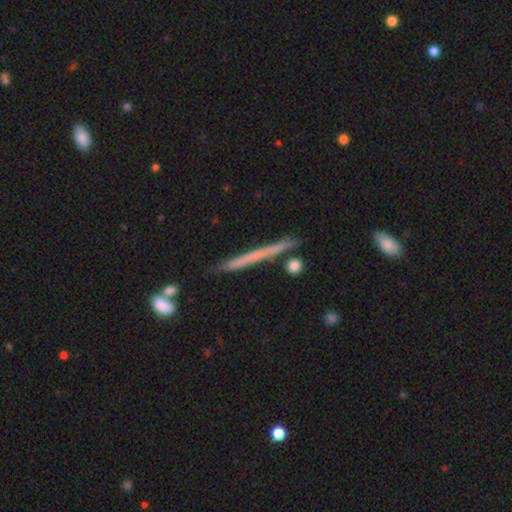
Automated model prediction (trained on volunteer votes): Smooth or featured: smooth — 47% (featured or disk — 46%)
Merging: none — 86% (minor disturbance — 9%)